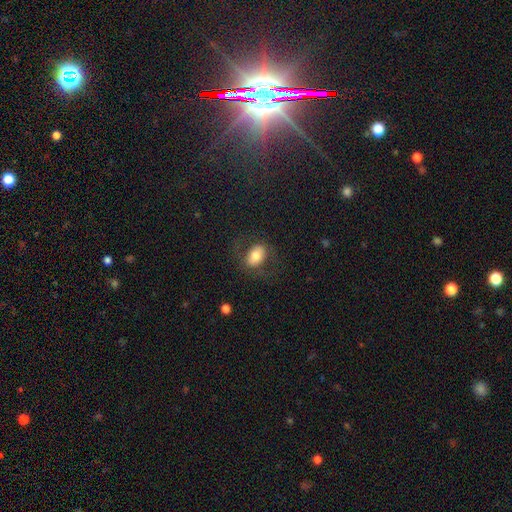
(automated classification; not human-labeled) smooth 71%, featured or disk 20%, star or artifact 9%. Down the decision tree: how rounded — in between (82%); merging — none (72%).